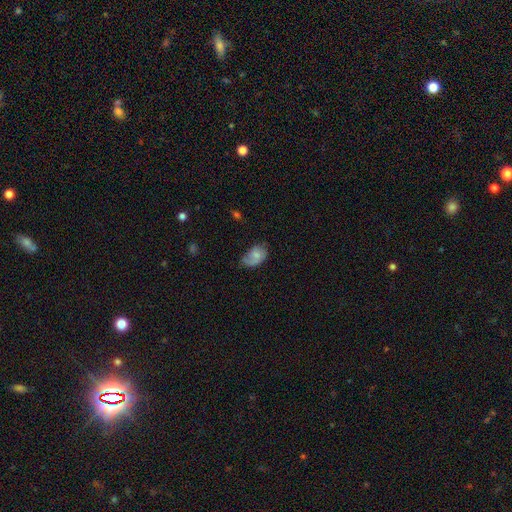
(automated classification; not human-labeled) A smooth galaxy with no disk features (56%) that is in between round and cigar-shaped (87%). Merging: none (44%).